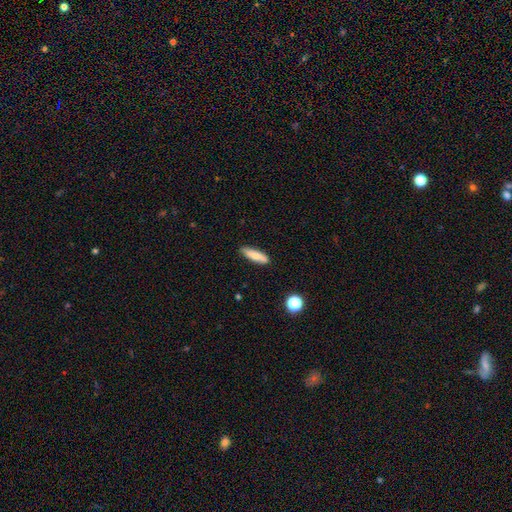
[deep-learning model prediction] smooth_or_featured: smooth (p=0.78) [alt: featured or disk p=0.15]
how_rounded: cigar-shaped (p=0.63) [alt: in between p=0.35]
merging: none (p=0.86) [alt: minor disturbance p=0.10]